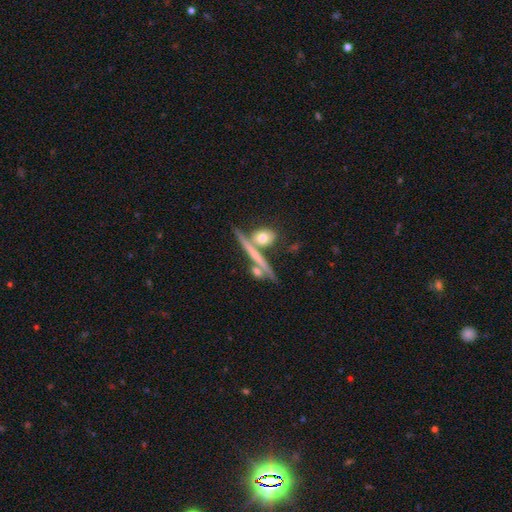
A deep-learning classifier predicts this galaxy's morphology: Overall: featured or disk (50%; smooth 40%). Edge-on disk: yes (79%). Merging: none (58%; merger 24%).